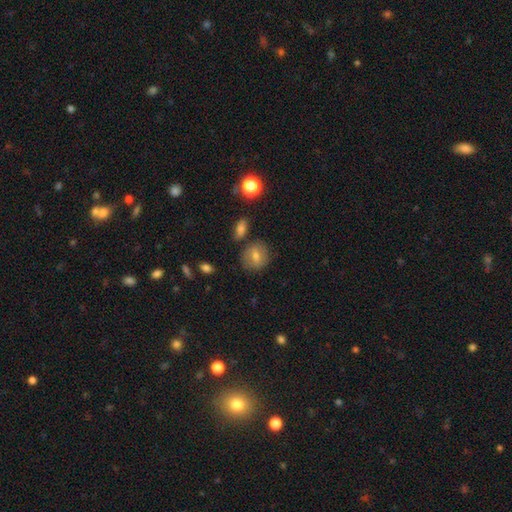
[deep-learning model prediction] Smooth or featured? smooth (61%)
How rounded? round (73%)
Merging? none (78%)